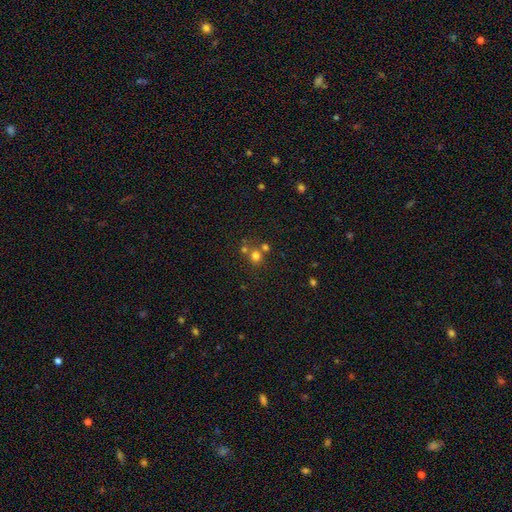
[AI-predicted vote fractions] A smooth galaxy with no disk features (72%) that is round (86%).

Vote fractions:
- Smooth or featured? smooth: 72% / star or artifact: 19% / featured or disk: 9%
- How rounded? round: 86% / in between: 13% / cigar-shaped: 1%
- Merging? none: 58% / merger: 31% / minor disturbance: 7% / major disturbance: 4%